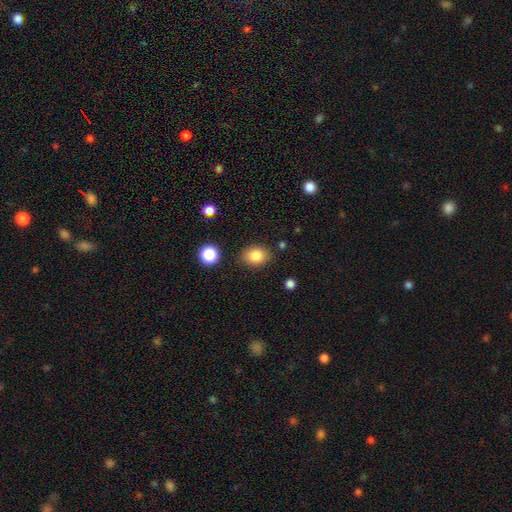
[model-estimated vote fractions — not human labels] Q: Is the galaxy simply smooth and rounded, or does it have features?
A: smooth — 83%.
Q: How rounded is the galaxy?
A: in between — 53%.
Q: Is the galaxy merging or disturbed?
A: none — 83%.